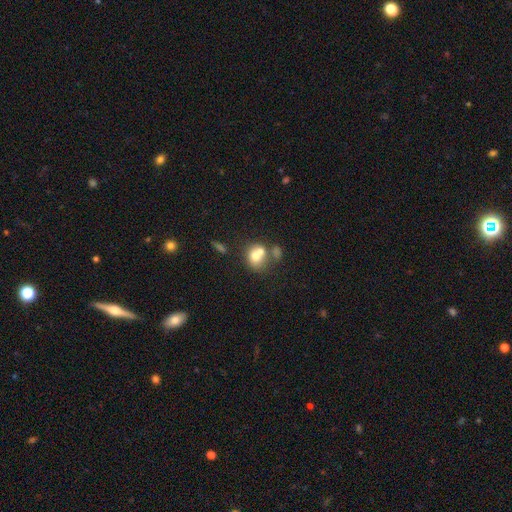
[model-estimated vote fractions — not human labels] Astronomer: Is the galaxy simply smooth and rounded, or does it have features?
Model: smooth — 67%.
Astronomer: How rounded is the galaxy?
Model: round — 64%.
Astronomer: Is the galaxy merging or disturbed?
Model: merger — 56%.